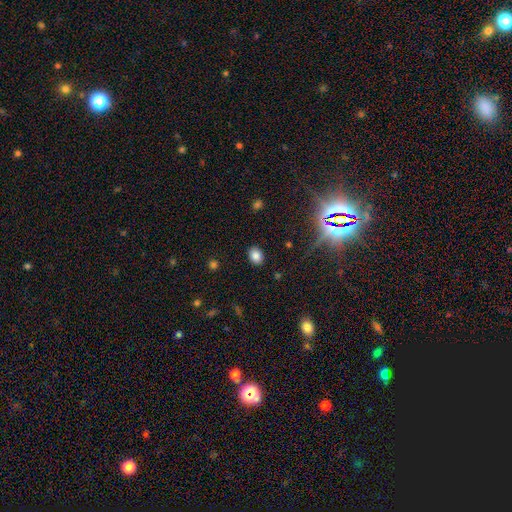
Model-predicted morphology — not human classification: smooth-or-featured: smooth: 82% | star or artifact: 13% | featured or disk: 6%
  how-rounded: in between: 57% | round: 42% | cigar-shaped: 1%
  merging: none: 88% | minor disturbance: 8% | major disturbance: 2% | merger: 1%